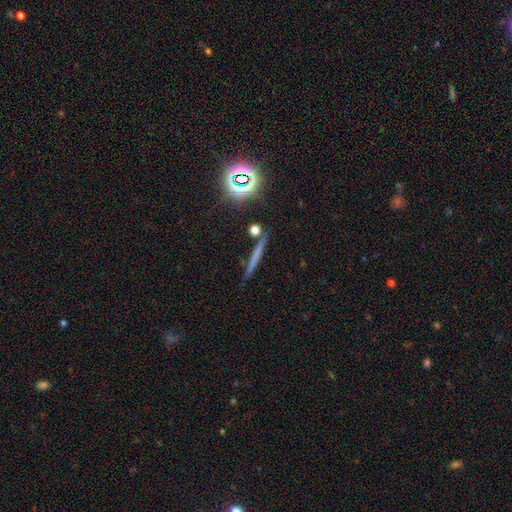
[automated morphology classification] Overall: smooth (47%; featured or disk 33%). Merging: none (84%).